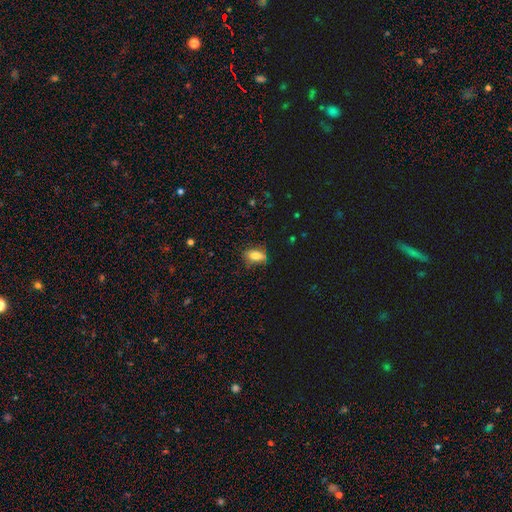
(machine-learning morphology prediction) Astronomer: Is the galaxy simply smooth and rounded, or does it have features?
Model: smooth — 78%.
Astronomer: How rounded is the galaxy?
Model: in between — 84%.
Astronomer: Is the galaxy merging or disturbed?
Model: none — 71%.